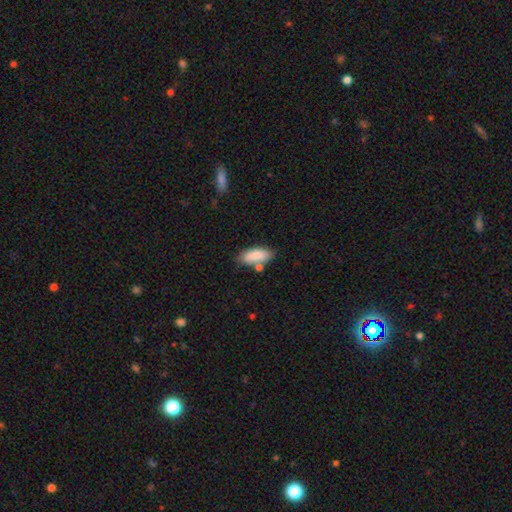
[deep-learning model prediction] Smooth or featured? smooth (86%)
How rounded? in between (84%)
Merging? none (64%)